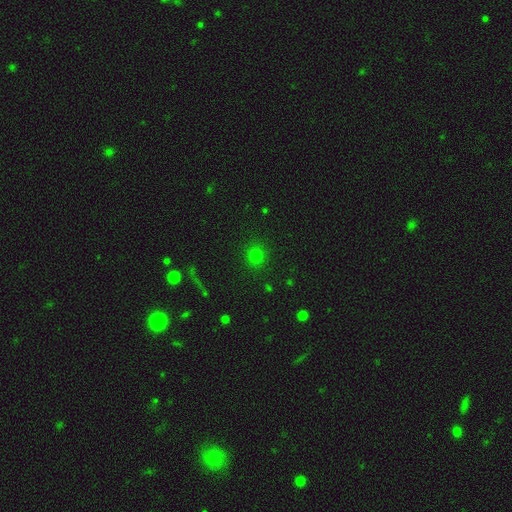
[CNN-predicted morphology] Smooth or featured? smooth (74%)
How rounded? round (91%)
Merging? none (90%)